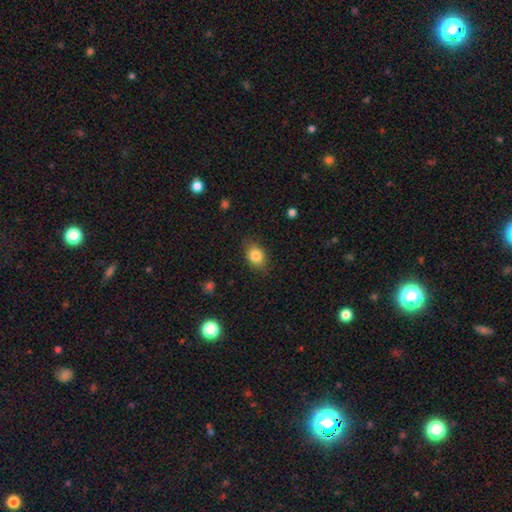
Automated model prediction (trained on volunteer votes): Smooth or featured? Predicted: smooth (p=0.83). How rounded? Predicted: in between (p=0.63). Merging? Predicted: none (p=0.82).